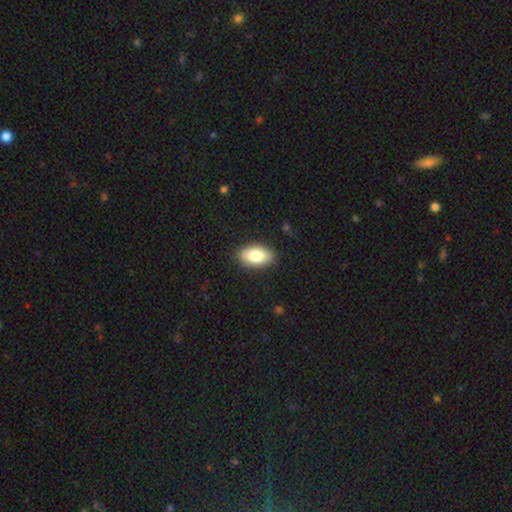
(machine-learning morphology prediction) smooth_or_featured: smooth (p=0.82) [alt: featured or disk p=0.11]
how_rounded: in between (p=0.93) [alt: round p=0.04]
merging: none (p=0.88) [alt: minor disturbance p=0.09]